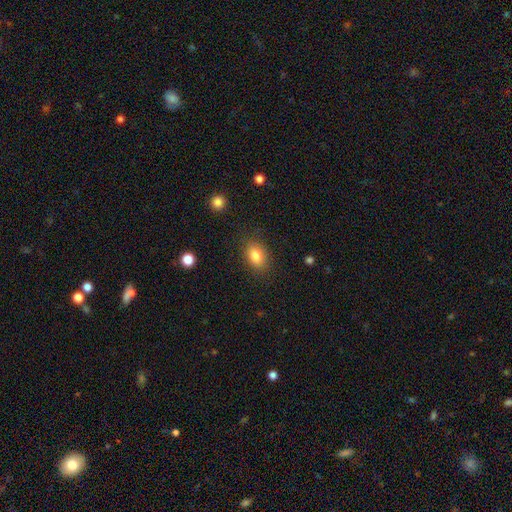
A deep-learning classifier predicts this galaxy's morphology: This appears to be a smooth galaxy with no disk features (84%) that is in between round and cigar-shaped (81%). Merging: none (85%).